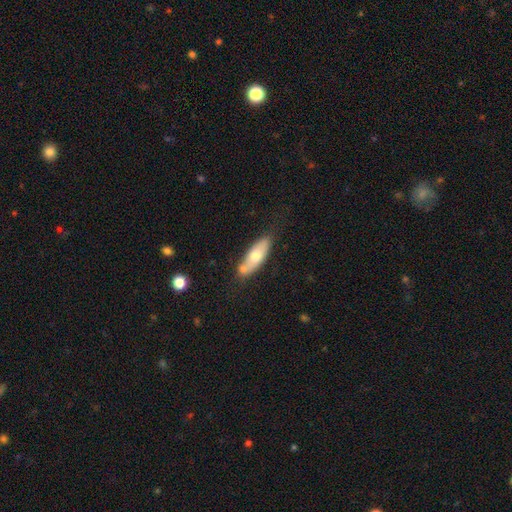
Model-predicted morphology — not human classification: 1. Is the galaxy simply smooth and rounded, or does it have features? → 62% smooth, 32% featured or disk, 6% star or artifact.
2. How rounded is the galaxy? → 65% in between, 33% cigar-shaped, 2% round.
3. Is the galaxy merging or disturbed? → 63% none, 19% minor disturbance, 14% merger, 4% major disturbance.